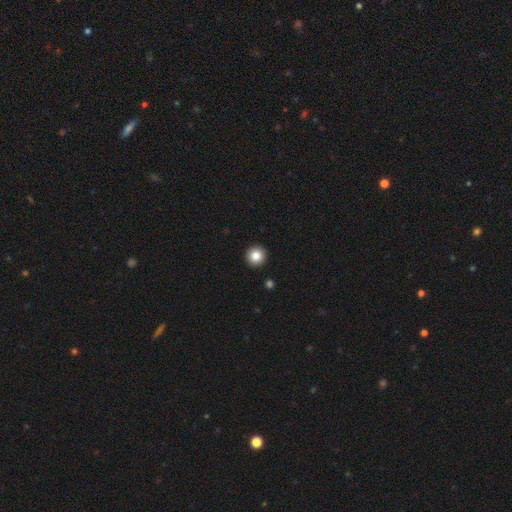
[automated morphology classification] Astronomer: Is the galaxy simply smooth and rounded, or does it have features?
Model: smooth — 84%.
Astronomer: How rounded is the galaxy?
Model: round — 95%.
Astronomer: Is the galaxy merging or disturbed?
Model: none — 93%.